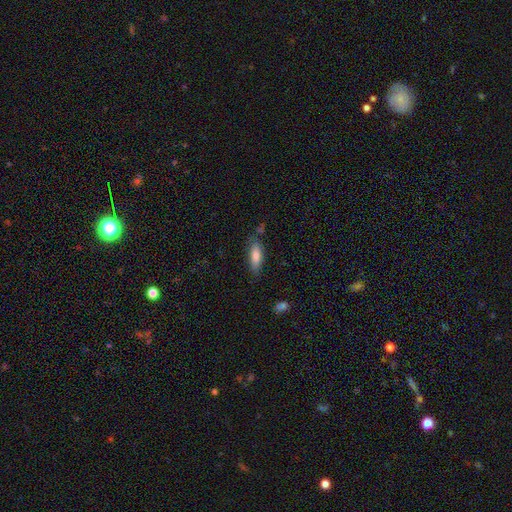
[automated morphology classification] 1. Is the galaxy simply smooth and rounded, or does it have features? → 79% smooth, 15% featured or disk, 6% star or artifact.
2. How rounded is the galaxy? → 57% in between, 41% cigar-shaped, 2% round.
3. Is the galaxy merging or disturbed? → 74% none, 18% minor disturbance, 4% major disturbance, 4% merger.